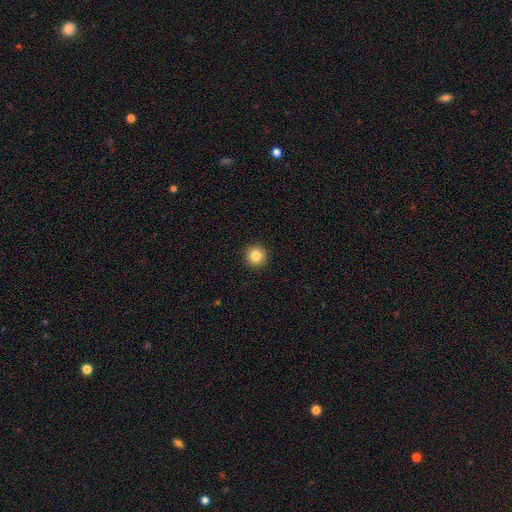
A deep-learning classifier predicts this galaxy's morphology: type=smooth (84%); roundness=round (94%); merging=none (93%).